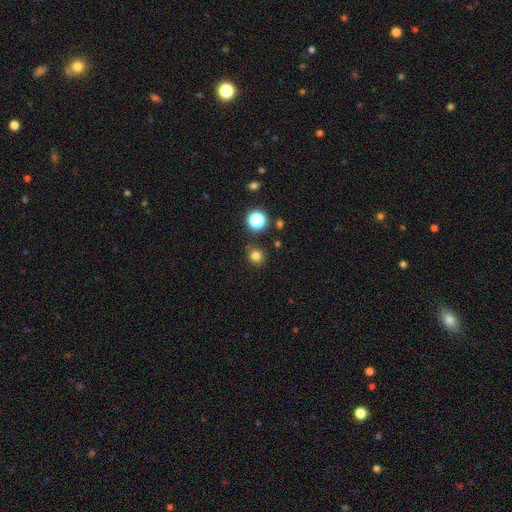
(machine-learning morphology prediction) type=smooth (79%); roundness=round (86%); merging=none (85%).